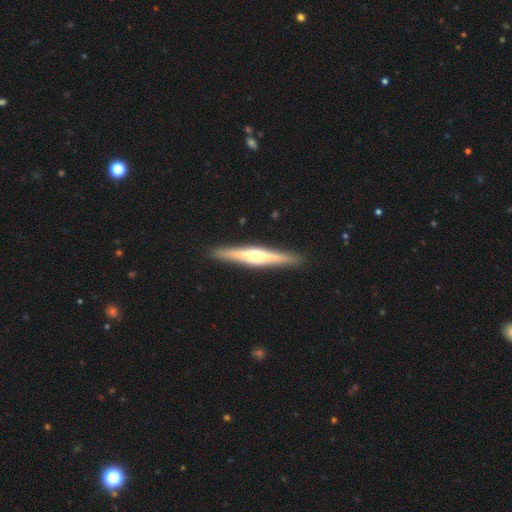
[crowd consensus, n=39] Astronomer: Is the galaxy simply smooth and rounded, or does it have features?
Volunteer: featured or disk — 87%.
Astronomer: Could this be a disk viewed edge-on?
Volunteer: yes — 100%.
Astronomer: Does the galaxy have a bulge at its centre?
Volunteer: rounded — 91%.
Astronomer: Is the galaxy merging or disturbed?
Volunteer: none — 95%.